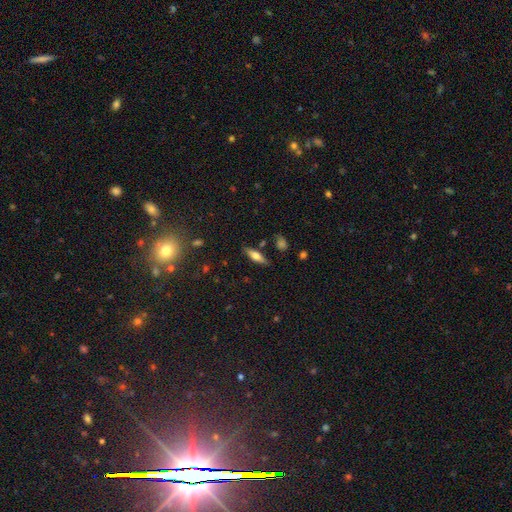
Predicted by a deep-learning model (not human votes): Overall: smooth (56%; featured or disk 36%). How rounded: cigar-shaped (49%; in between 48%). Merging: none (81%).